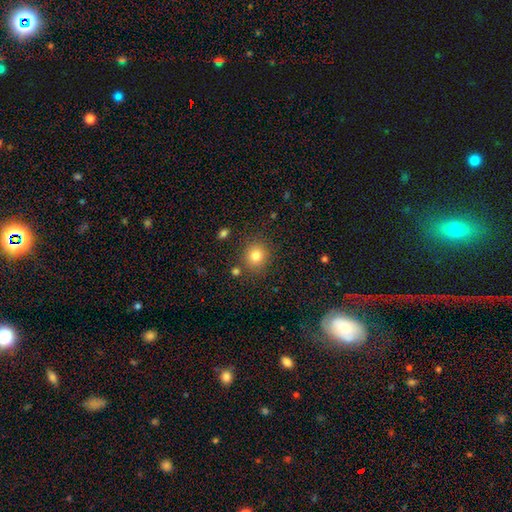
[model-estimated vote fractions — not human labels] smooth-or-featured: smooth: 81% | star or artifact: 12% | featured or disk: 7%
  how-rounded: round: 81% | in between: 18% | cigar-shaped: 1%
  merging: none: 84% | minor disturbance: 9% | merger: 4% | major disturbance: 3%